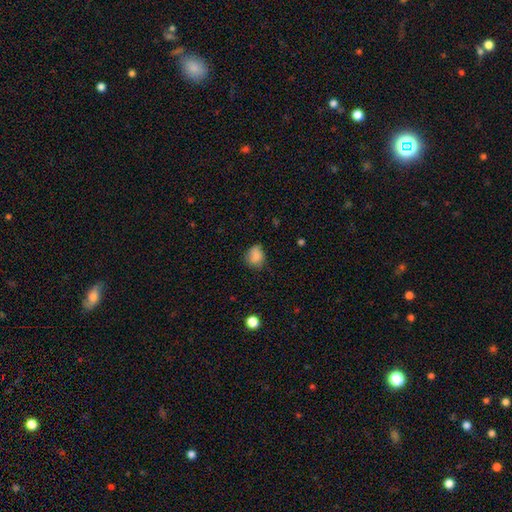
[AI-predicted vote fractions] Smooth or featured? Predicted: smooth (p=0.81). How rounded? Predicted: round (p=0.52). Merging? Predicted: none (p=0.62).